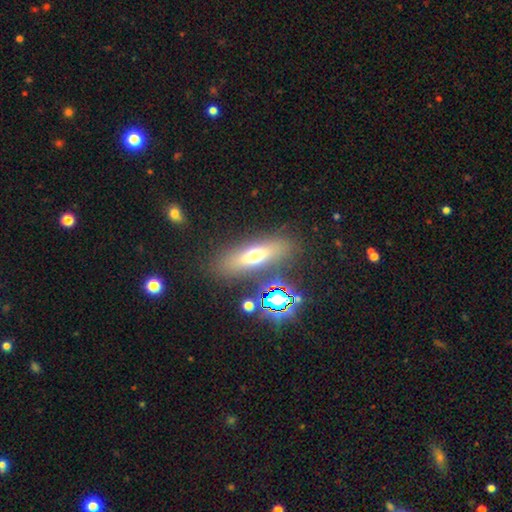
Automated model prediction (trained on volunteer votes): Smooth or featured?
  - smooth: 44% *
  - featured or disk: 35%
  - star or artifact: 21%
Merging?
  - none: 80% *
  - minor disturbance: 10%
  - merger: 6%
  - major disturbance: 4%